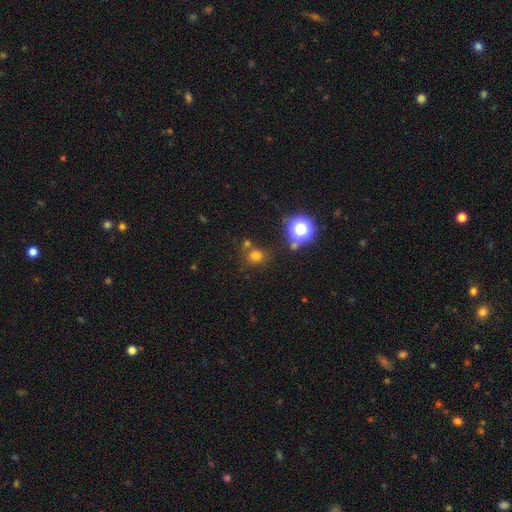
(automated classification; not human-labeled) Smooth or featured? smooth (71%)
How rounded? round (84%)
Merging? none (72%)